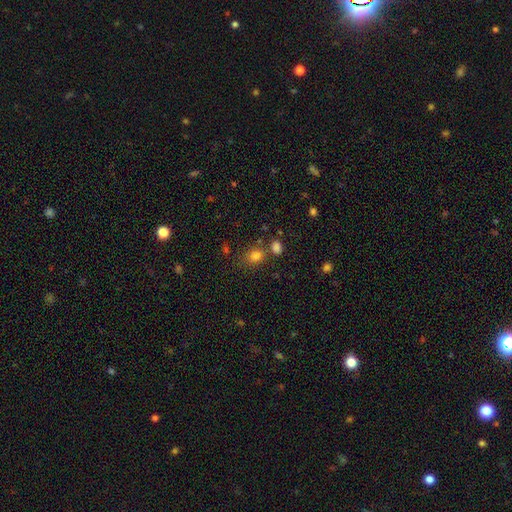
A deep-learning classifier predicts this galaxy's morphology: Smooth or featured: smooth — 79% (star or artifact — 15%)
How rounded: in between — 54% (round — 45%)
Merging: none — 65% (merger — 16%)